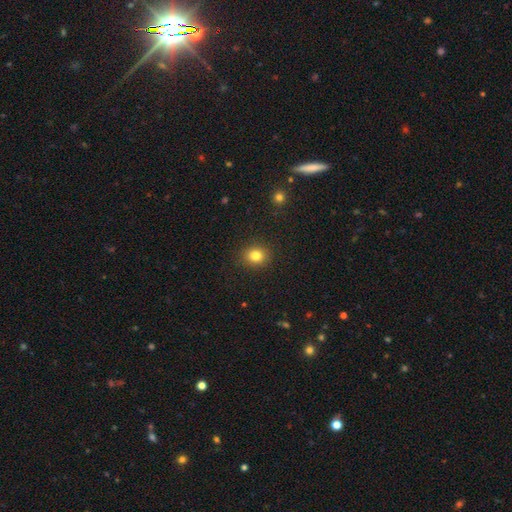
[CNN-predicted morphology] The model was most divided on "how rounded": round: 73%, in between: 26%, cigar-shaped: 1%. More confident: merging — none (90%); smooth or featured — smooth (82%).